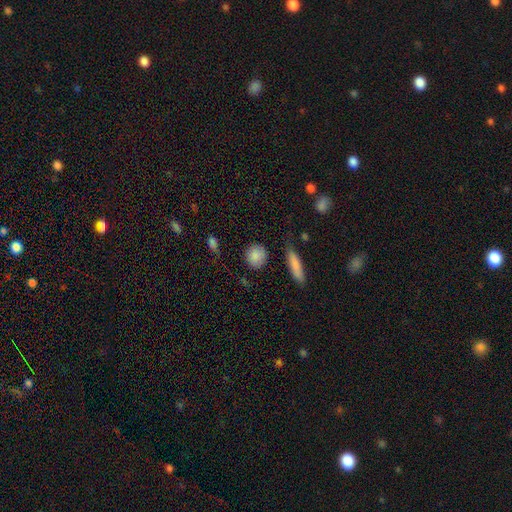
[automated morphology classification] type=smooth (86%); roundness=round (84%); merging=none (83%).